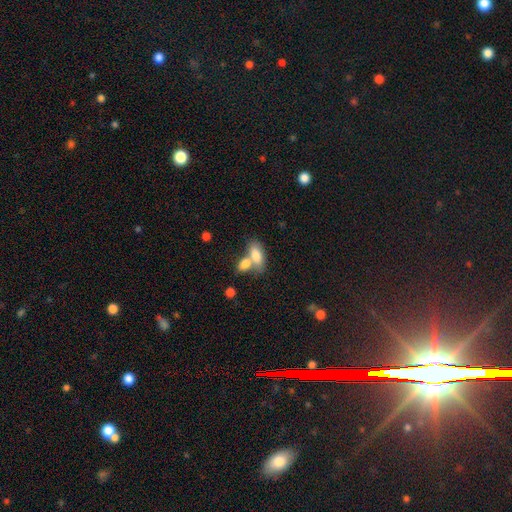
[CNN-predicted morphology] The model was most divided on "merging": merger: 55%, none: 32%, minor disturbance: 9%, major disturbance: 4%. More confident: how rounded — in between (86%); smooth or featured — smooth (78%).